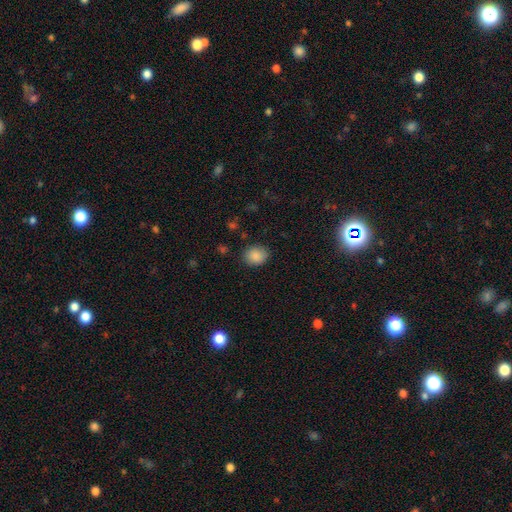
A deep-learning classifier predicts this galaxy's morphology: Smooth or featured? smooth (88%)
How rounded? round (63%)
Merging? none (86%)